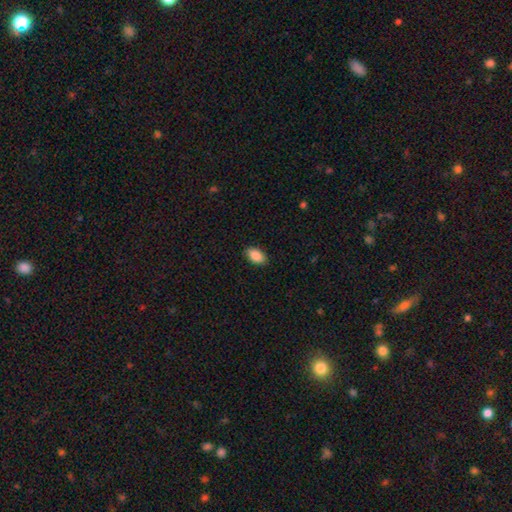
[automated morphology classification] Smooth or featured: smooth — 90% (star or artifact — 7%)
How rounded: in between — 93% (round — 5%)
Merging: none — 89% (minor disturbance — 8%)